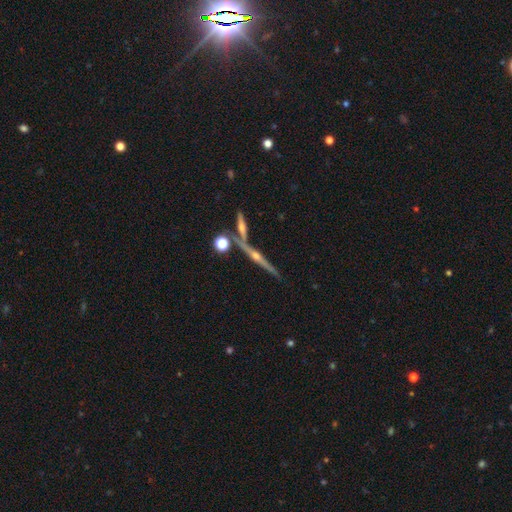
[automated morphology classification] Smooth or featured: featured or disk — 84% (star or artifact — 8%)
Edge-on disk: yes — 97% (no — 3%)
Edge-on bulge: rounded — 91% (none — 6%)
Merging: none — 77% (merger — 11%)